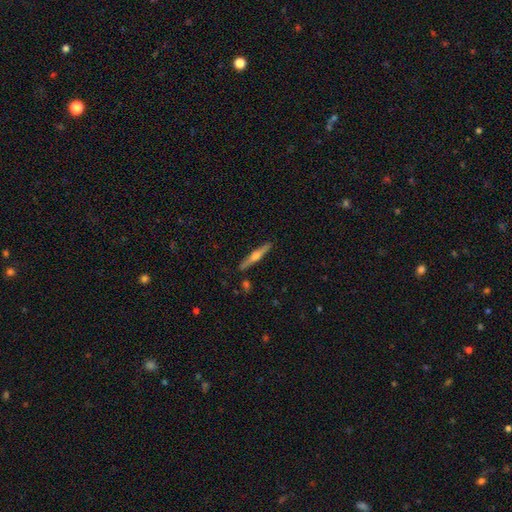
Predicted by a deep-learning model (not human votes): A featured or disk galaxy (67%) viewed edge-on (98%) with a rounded central bulge (89%).

Vote fractions:
- Smooth or featured? featured or disk: 67% / smooth: 27% / star or artifact: 6%
- Edge-on disk? yes: 98% / no: 2%
- Edge-on bulge? rounded: 89% / boxy: 6% / none: 5%
- Merging? none: 89% / minor disturbance: 7% / merger: 2% / major disturbance: 1%